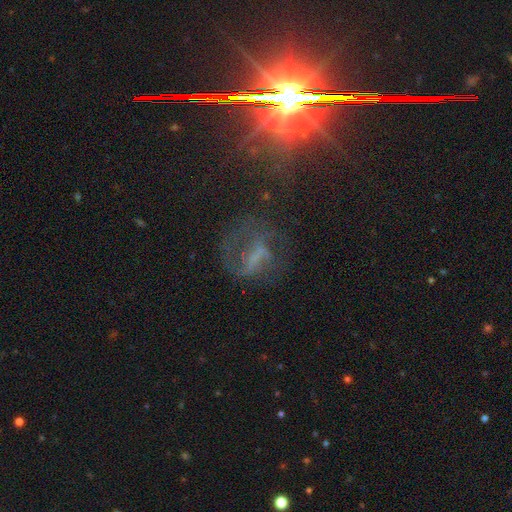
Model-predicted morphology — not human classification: smooth_or_featured: featured or disk (p=0.50) [alt: star or artifact p=0.28]
disk_edge_on: no (p=0.91) [alt: yes p=0.09]
merging: none (p=0.45) [alt: major disturbance p=0.33]